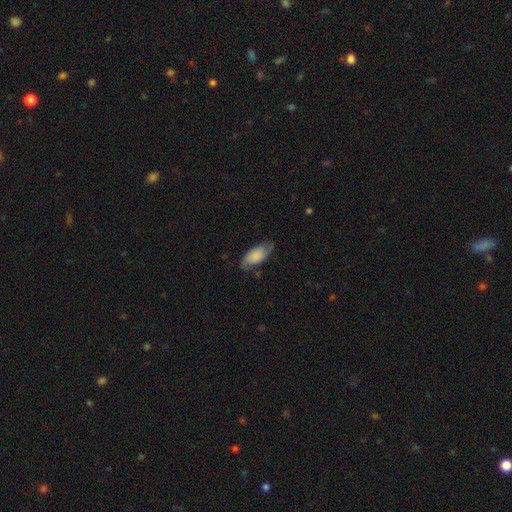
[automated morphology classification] type=smooth (63%); roundness=in between (89%); merging=none (66%).